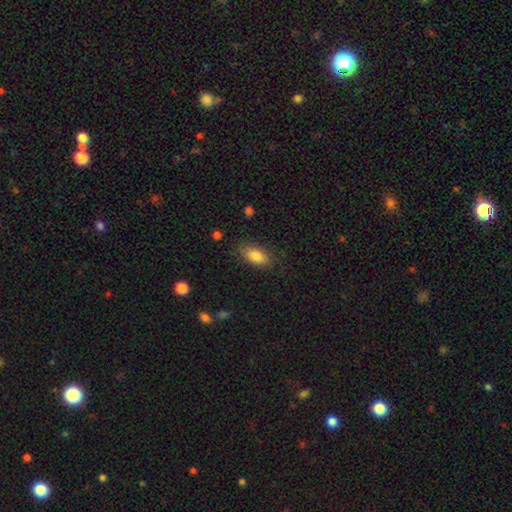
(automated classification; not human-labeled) Smooth or featured? Predicted: smooth (p=0.84). How rounded? Predicted: in between (p=0.90). Merging? Predicted: none (p=0.80).